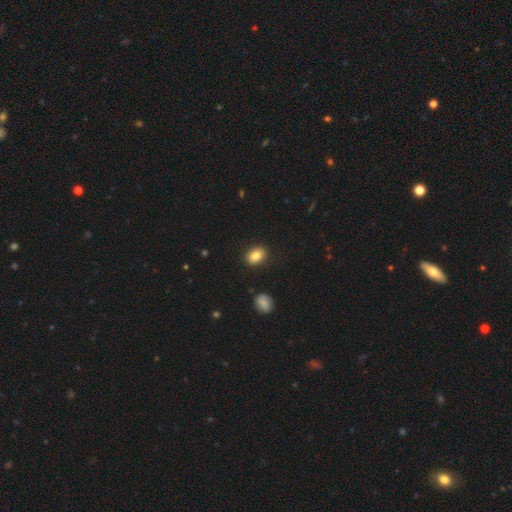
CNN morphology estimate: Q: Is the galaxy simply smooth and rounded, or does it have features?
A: smooth — 85%.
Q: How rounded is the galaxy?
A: in between — 71%.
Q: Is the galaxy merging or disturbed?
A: none — 88%.